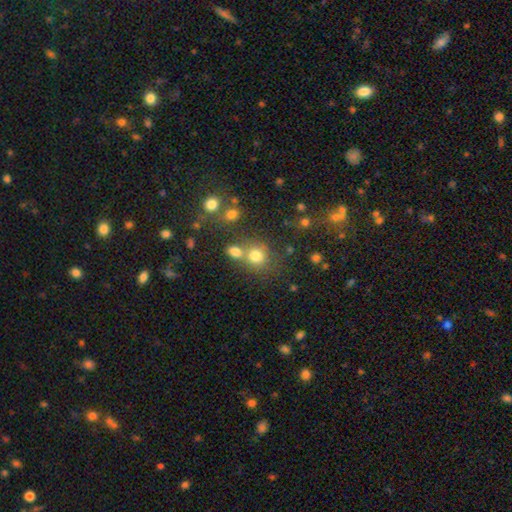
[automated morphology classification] smooth-or-featured: smooth: 76% | star or artifact: 15% | featured or disk: 9%
  how-rounded: round: 82% | in between: 17% | cigar-shaped: 1%
  merging: none: 55% | merger: 30% | minor disturbance: 10% | major disturbance: 5%